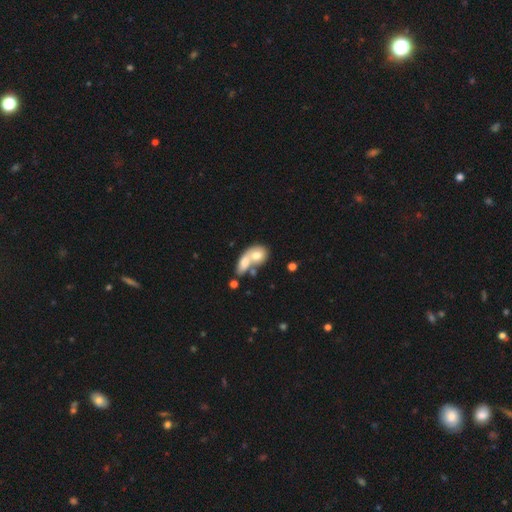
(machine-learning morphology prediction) Overall: smooth (69%). How rounded: in between (63%; round 33%). Merging: merger (72%).